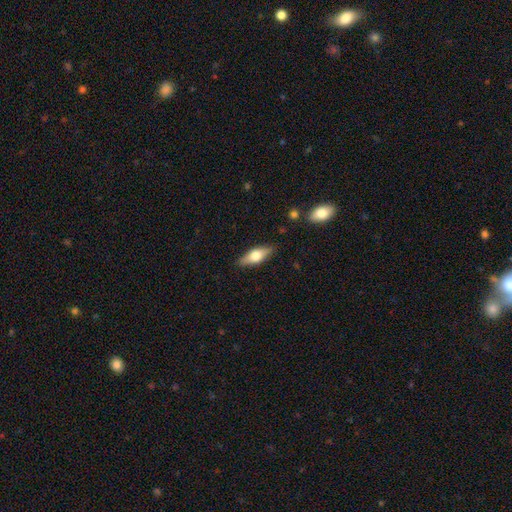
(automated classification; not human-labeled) The model was most divided on "smooth or featured": smooth: 57%, featured or disk: 37%, star or artifact: 6%. More confident: merging — none (87%); how rounded — in between (65%).